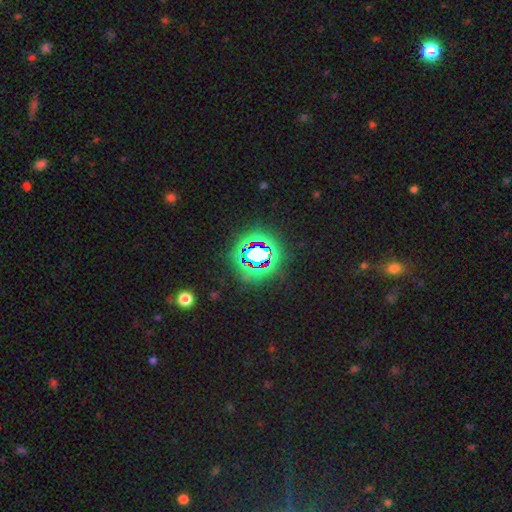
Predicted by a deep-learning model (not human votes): smooth-or-featured: star or artifact: 70% | smooth: 18% | featured or disk: 12%